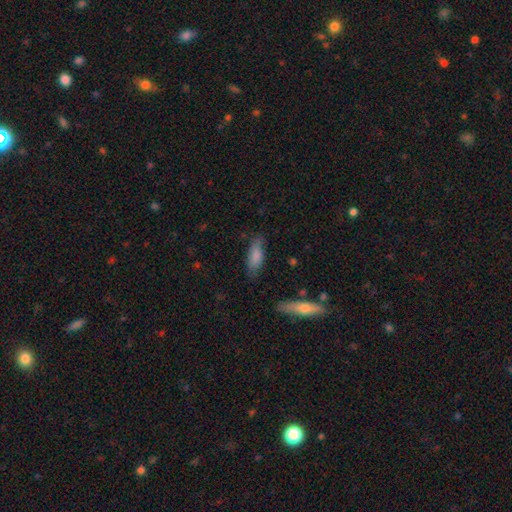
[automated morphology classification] This is likely a smooth galaxy (79%). How rounded: likely in between (67%). Merging: likely none (68%).